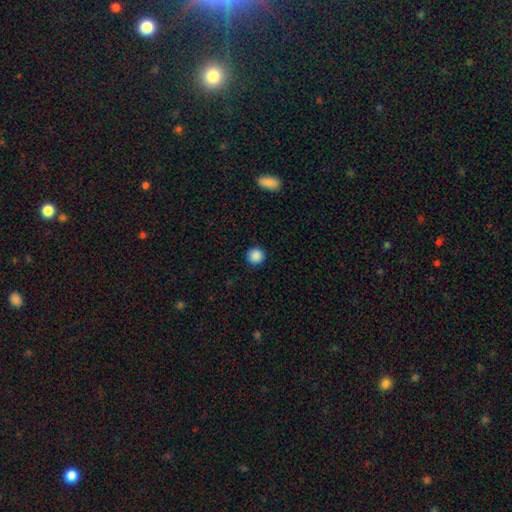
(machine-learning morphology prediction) Smooth or featured? Predicted: smooth (p=0.88). How rounded? Predicted: round (p=0.94). Merging? Predicted: none (p=0.91).